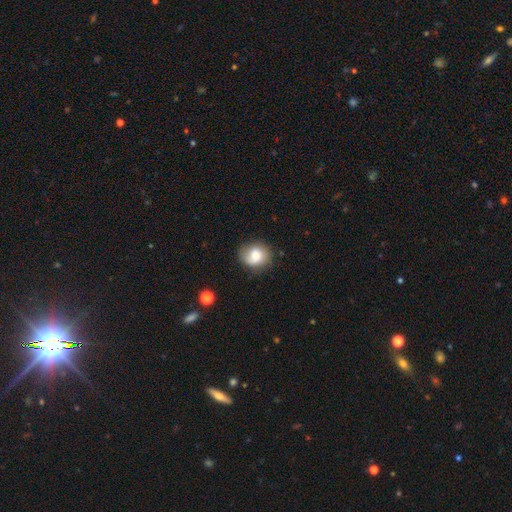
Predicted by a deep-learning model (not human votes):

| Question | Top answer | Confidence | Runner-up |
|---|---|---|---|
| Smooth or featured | smooth | 68% | featured or disk (24%) |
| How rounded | round | 74% | in between (25%) |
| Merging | none | 70% | minor disturbance (21%) |